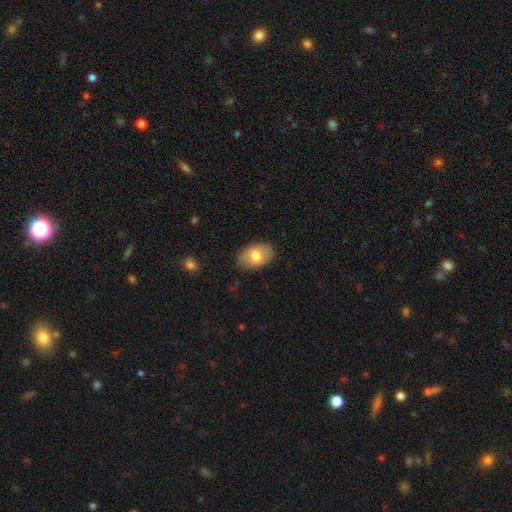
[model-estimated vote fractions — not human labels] Smooth or featured? smooth (74%)
How rounded? in between (87%)
Merging? none (83%)